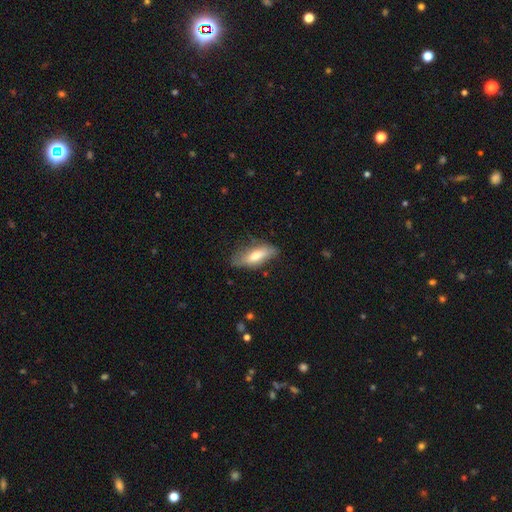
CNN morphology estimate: Smooth or featured? Predicted: smooth (p=0.65). How rounded? Predicted: in between (p=0.69). Merging? Predicted: none (p=0.68).